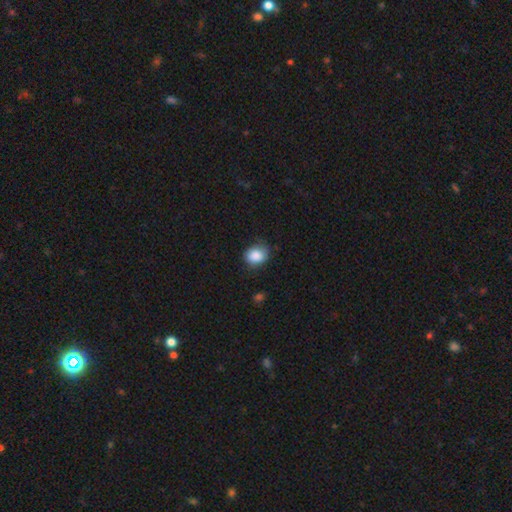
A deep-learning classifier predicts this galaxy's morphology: Smooth or featured: smooth — 87% (star or artifact — 8%)
How rounded: round — 53% (in between — 46%)
Merging: none — 68% (minor disturbance — 24%)